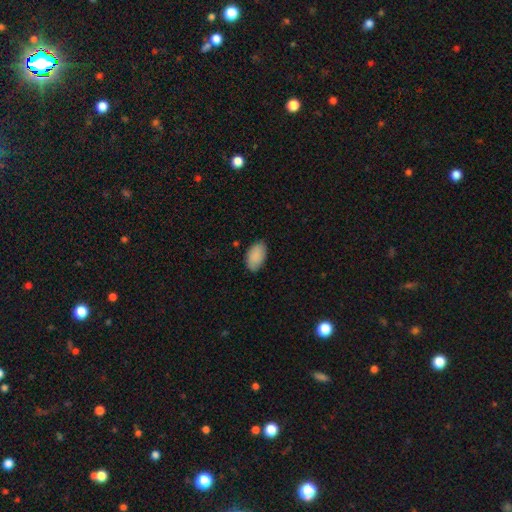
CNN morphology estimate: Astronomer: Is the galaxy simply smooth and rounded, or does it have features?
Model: smooth — 89%.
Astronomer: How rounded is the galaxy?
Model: in between — 94%.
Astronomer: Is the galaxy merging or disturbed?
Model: none — 81%.